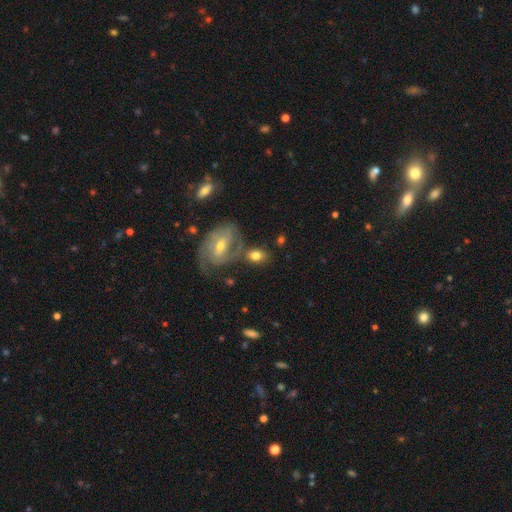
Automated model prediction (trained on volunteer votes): The model was most divided on "how rounded": in between: 65%, round: 33%, cigar-shaped: 2%. More confident: smooth or featured — smooth (64%); merging — none (56%).